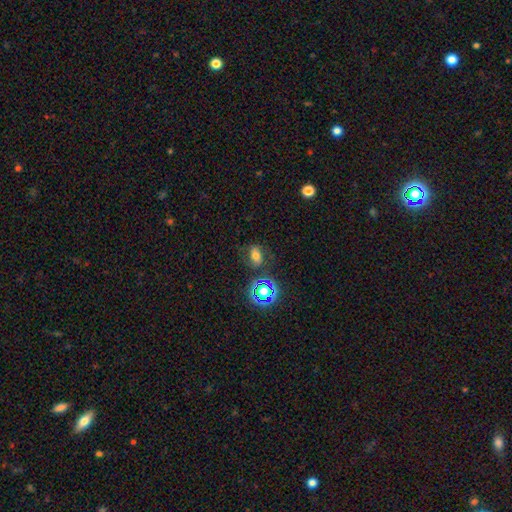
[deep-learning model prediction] Q: Smooth or featured?
A: smooth (53%); runner-up: star or artifact (26%)
Q: How rounded?
A: in between (73%); runner-up: round (23%)
Q: Merging?
A: none (72%); runner-up: minor disturbance (16%)